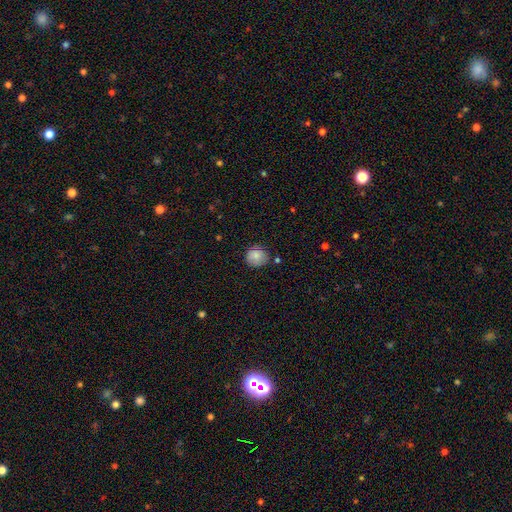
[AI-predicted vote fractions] A smooth galaxy with no disk features (82%) that is round (85%). Merging: none (75%).